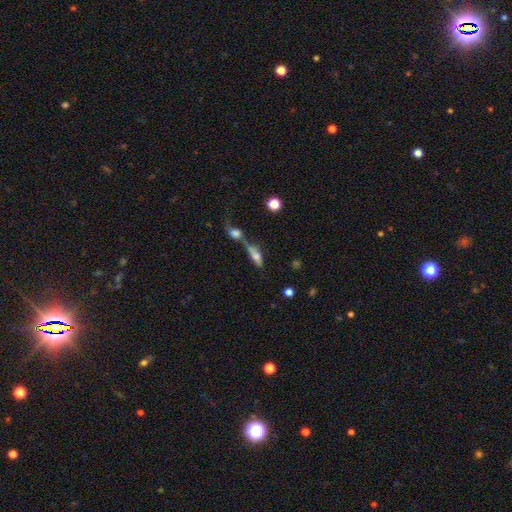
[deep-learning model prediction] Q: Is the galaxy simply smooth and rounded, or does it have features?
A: smooth — 63%.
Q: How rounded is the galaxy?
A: in between — 65%.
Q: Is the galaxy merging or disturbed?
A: merger — 53%.